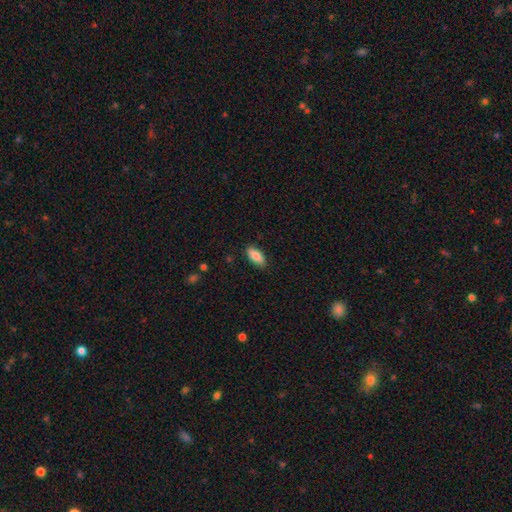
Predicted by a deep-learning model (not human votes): Smooth or featured? Predicted: smooth (p=0.83). How rounded? Predicted: in between (p=0.84). Merging? Predicted: none (p=0.87).